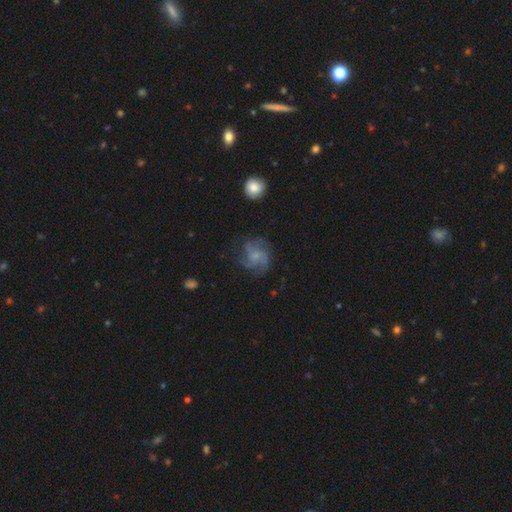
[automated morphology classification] The model was most divided on "spiral arm count": can't tell: 30%, 3: 26%, 4: 23%, 2: 10%, more than 4: 6%, 1: 5%. Remaining: edge-on disk — no (98%); spiral arms — yes (85%); bar — no (67%); smooth or featured — featured or disk (64%); merging — none (62%); spiral winding — medium (47%); bulge size — small (42%).